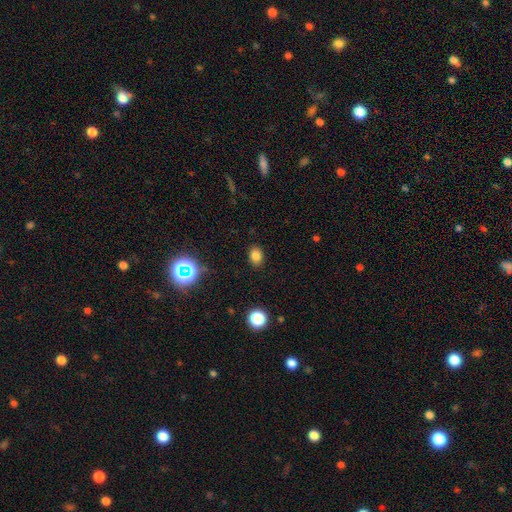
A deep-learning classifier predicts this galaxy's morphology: Smooth or featured?
  - smooth: 79% *
  - star or artifact: 16%
  - featured or disk: 5%
How rounded?
  - in between: 68% *
  - round: 31%
  - cigar-shaped: 1%
Merging?
  - none: 87% *
  - minor disturbance: 9%
  - major disturbance: 3%
  - merger: 1%